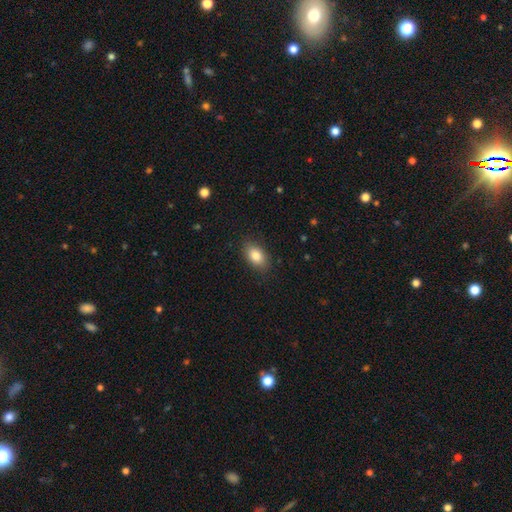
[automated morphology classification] smooth-or-featured: smooth: 83% | featured or disk: 9% | star or artifact: 8%
  how-rounded: in between: 87% | round: 10% | cigar-shaped: 2%
  merging: none: 85% | minor disturbance: 11% | major disturbance: 3% | merger: 1%